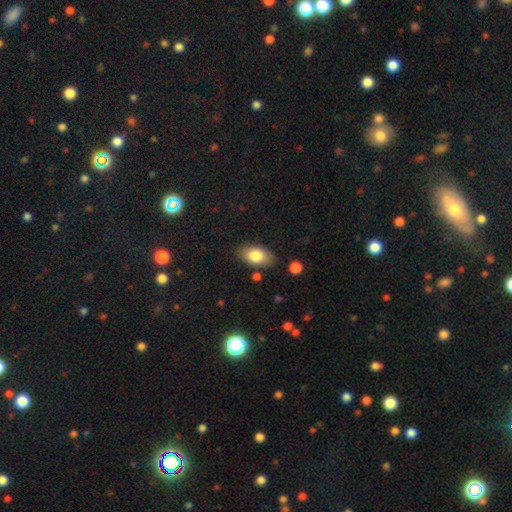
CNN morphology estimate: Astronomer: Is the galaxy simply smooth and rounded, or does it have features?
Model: smooth — 79%.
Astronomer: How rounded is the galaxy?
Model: in between — 91%.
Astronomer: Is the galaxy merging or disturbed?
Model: none — 83%.